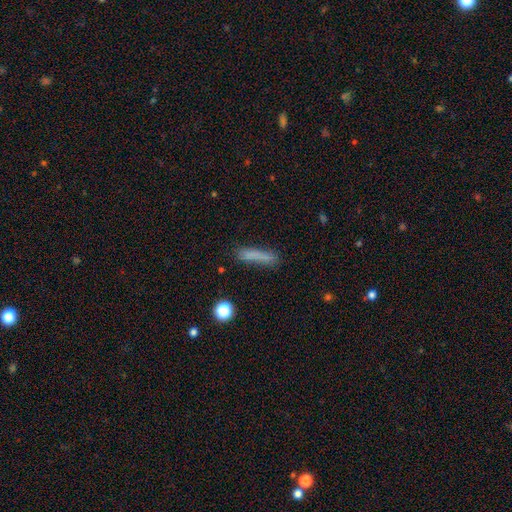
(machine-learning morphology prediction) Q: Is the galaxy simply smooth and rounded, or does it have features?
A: smooth — 77%.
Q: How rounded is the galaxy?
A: cigar-shaped — 88%.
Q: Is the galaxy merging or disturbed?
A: none — 73%.